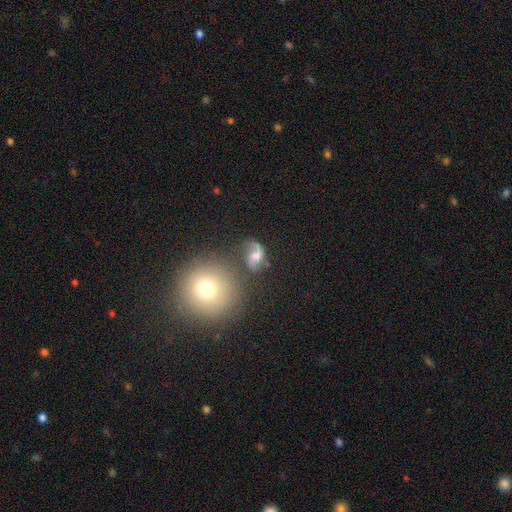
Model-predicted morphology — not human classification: This appears to be a featured or disk galaxy (61%) with no bar (50%), 2 (81%) loose (63%) spiral arms (89%) and a moderate central bulge (48%). Merging: none (46%).